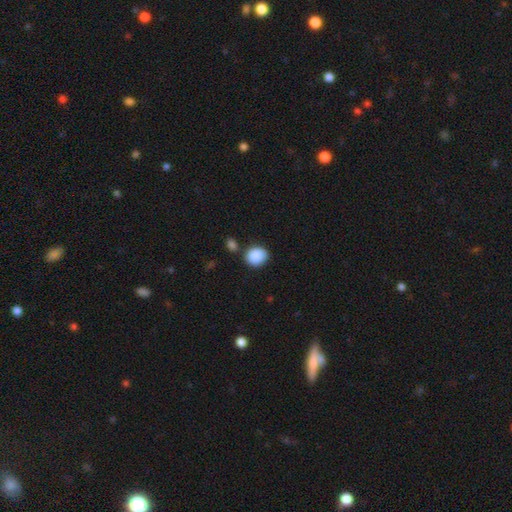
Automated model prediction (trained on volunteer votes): Q: Smooth or featured?
A: smooth (90%); runner-up: star or artifact (7%)
Q: How rounded?
A: round (67%); runner-up: in between (33%)
Q: Merging?
A: none (72%); runner-up: minor disturbance (14%)